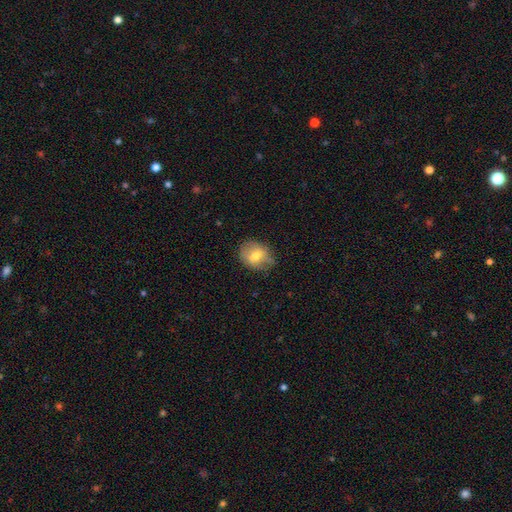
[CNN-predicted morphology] smooth_or_featured: smooth (p=0.66) [alt: featured or disk p=0.26]
how_rounded: round (p=0.54) [alt: in between p=0.45]
merging: none (p=0.67) [alt: minor disturbance p=0.25]